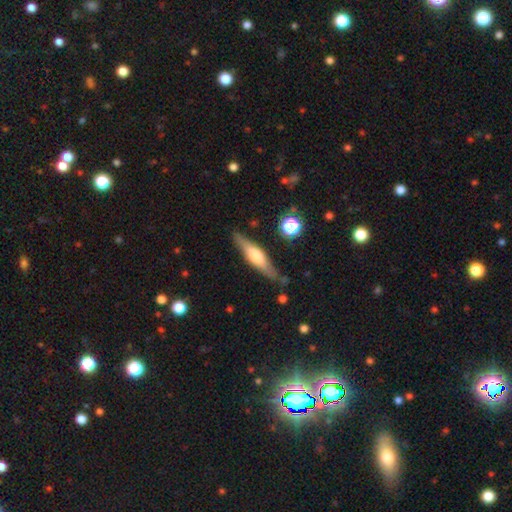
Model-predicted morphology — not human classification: This is possibly a featured or disk galaxy (55%). It is clearly viewed edge-on (92%). Edge-on bulge: clearly rounded (83%). Merging: clearly none (83%).